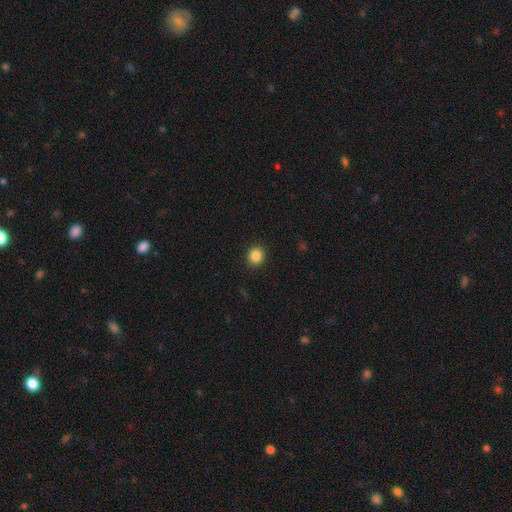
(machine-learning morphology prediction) The model was most divided on "how rounded": round: 85%, in between: 14%, cigar-shaped: 1%. More confident: merging — none (91%); smooth or featured — smooth (86%).